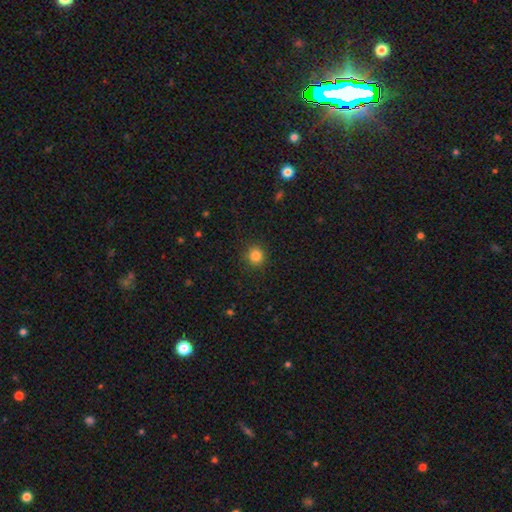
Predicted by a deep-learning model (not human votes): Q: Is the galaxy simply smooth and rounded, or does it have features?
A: smooth — 84%.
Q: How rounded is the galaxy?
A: round — 91%.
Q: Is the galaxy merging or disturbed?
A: none — 90%.